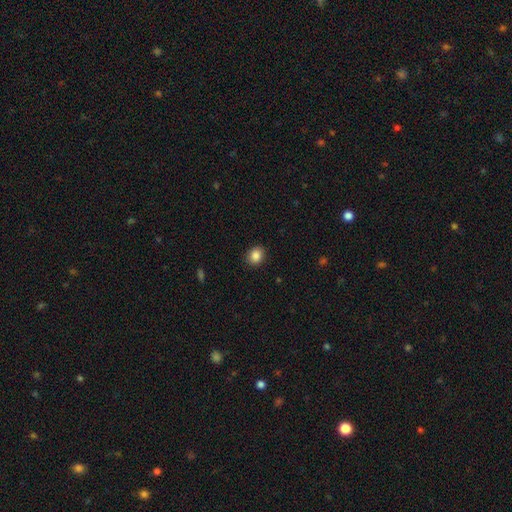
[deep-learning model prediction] This is clearly a smooth galaxy (86%). How rounded: likely round (68%). Merging: clearly none (91%).